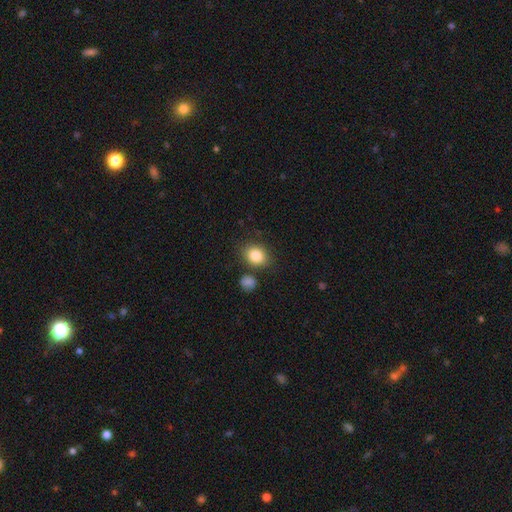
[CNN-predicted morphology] Smooth or featured? Predicted: smooth (p=0.85). How rounded? Predicted: round (p=0.52). Merging? Predicted: none (p=0.77).